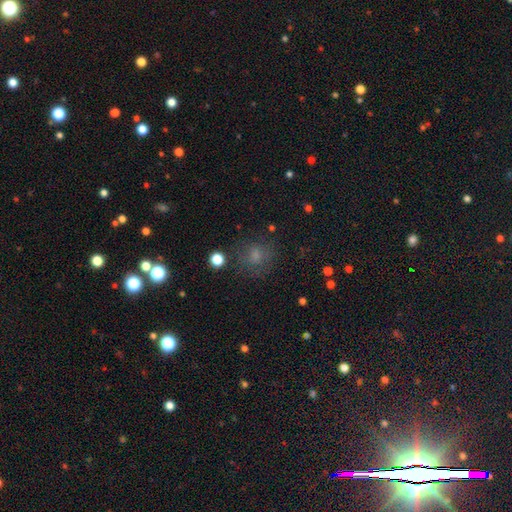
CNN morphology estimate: Overall: smooth (65%). How rounded: round (78%). Merging: none (73%).